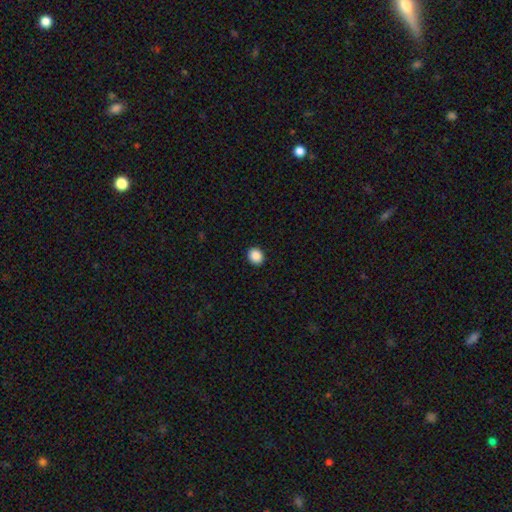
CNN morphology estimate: A smooth galaxy with no disk features (89%) that is round (69%). Merging: none (91%).